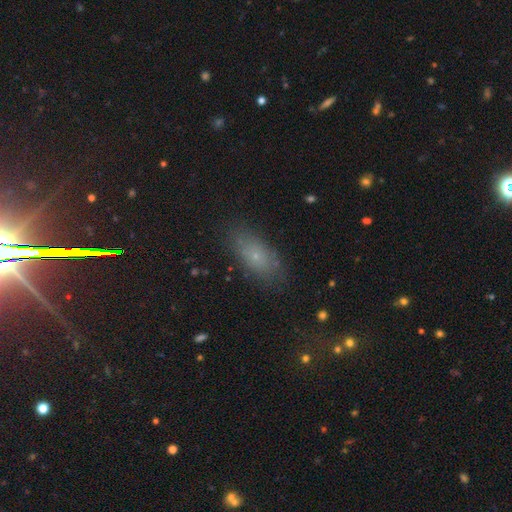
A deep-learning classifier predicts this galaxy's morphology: A smooth galaxy with no disk features (64%) that is in between round and cigar-shaped (81%). Merging: none (78%).